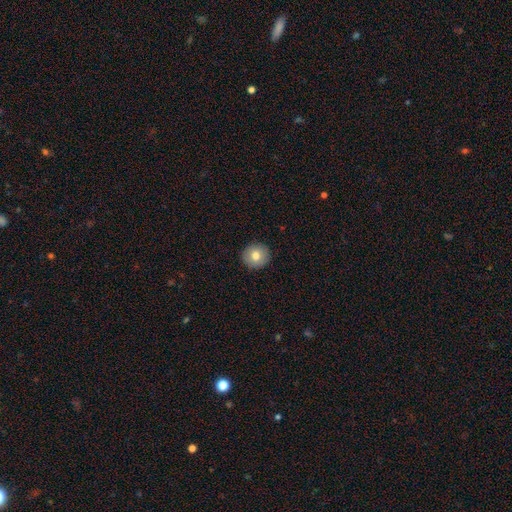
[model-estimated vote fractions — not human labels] Smooth or featured? Predicted: smooth (p=0.79). How rounded? Predicted: round (p=0.91). Merging? Predicted: none (p=0.92).